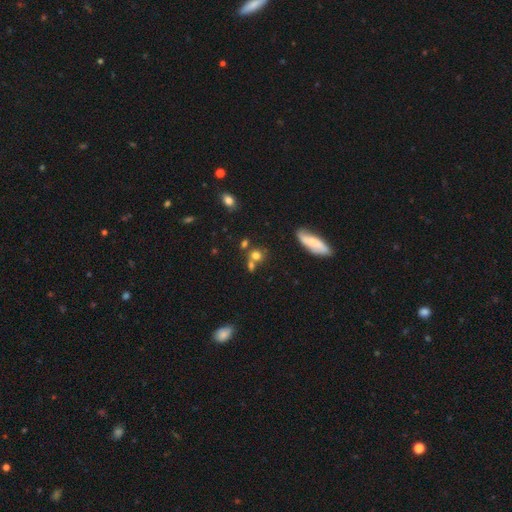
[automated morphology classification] This appears to be a smooth galaxy with no disk features (70%) that is round (75%). Merging: none (46%).